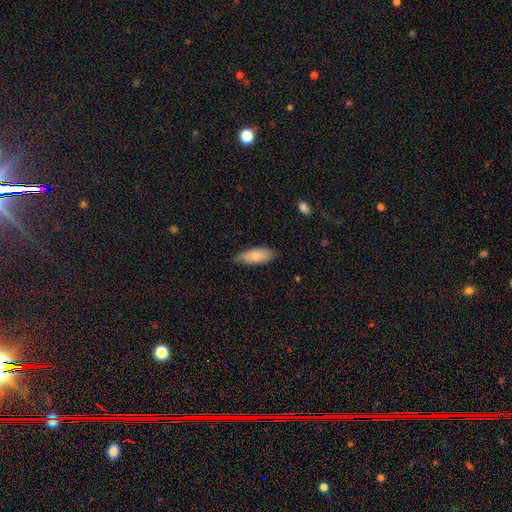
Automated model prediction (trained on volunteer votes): The model was most divided on "merging": none: 67%, minor disturbance: 27%, major disturbance: 4%, merger: 1%. More confident: how rounded — in between (80%); smooth or featured — smooth (79%).